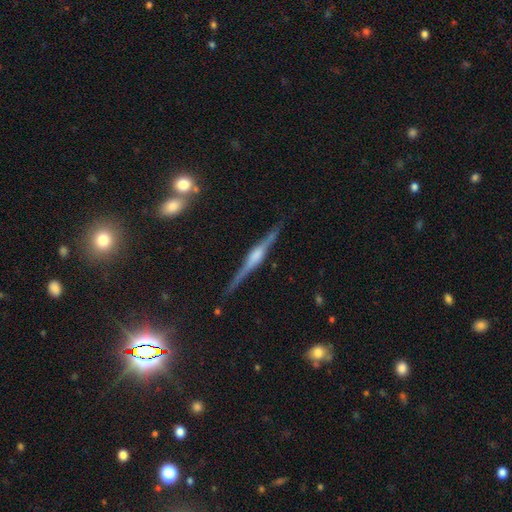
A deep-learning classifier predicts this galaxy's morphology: smooth_or_featured: featured or disk (p=0.83) [alt: smooth p=0.10]
disk_edge_on: yes (p=0.98) [alt: no p=0.02]
edge_on_bulge: rounded (p=0.67) [alt: boxy p=0.26]
merging: none (p=0.88) [alt: minor disturbance p=0.09]